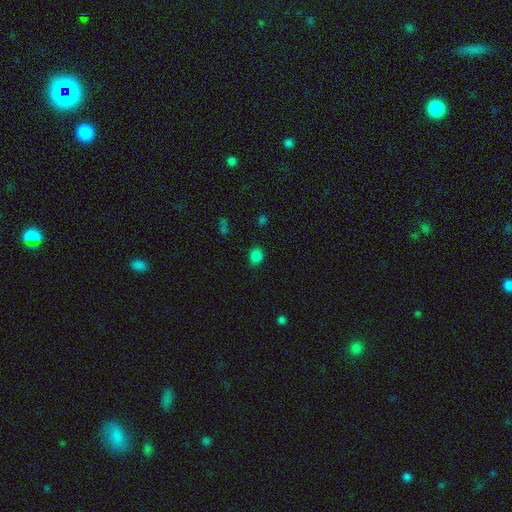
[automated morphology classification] The model was most divided on "how rounded": round: 64%, in between: 35%, cigar-shaped: 1%. More confident: merging — none (83%); smooth or featured — smooth (81%).